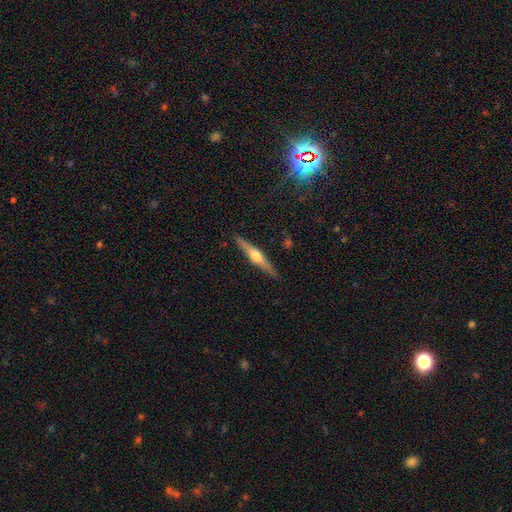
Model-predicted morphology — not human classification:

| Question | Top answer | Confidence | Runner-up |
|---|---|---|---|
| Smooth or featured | featured or disk | 71% | smooth (23%) |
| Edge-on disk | yes | 98% | no (2%) |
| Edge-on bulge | rounded | 92% | boxy (5%) |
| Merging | none | 89% | minor disturbance (8%) |